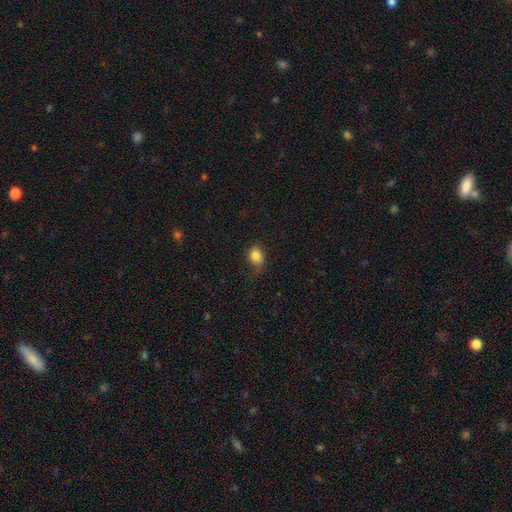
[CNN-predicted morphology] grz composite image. It shows a smooth galaxy with no disk features (83%) that is in between round and cigar-shaped (57%). Merging: none (69%).